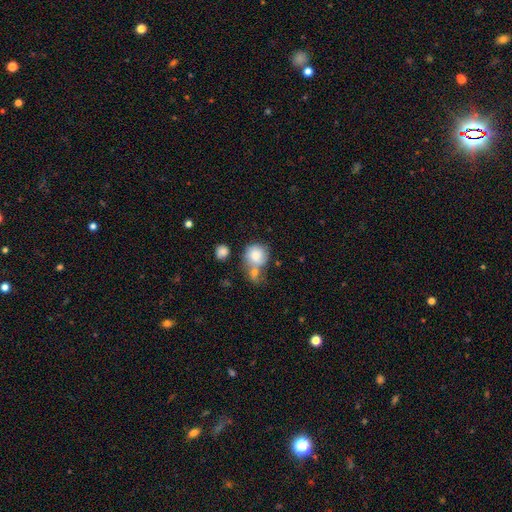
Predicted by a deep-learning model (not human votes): Q: Smooth or featured?
A: smooth (79%); runner-up: featured or disk (13%)
Q: How rounded?
A: round (81%); runner-up: in between (18%)
Q: Merging?
A: merger (42%); runner-up: none (34%)